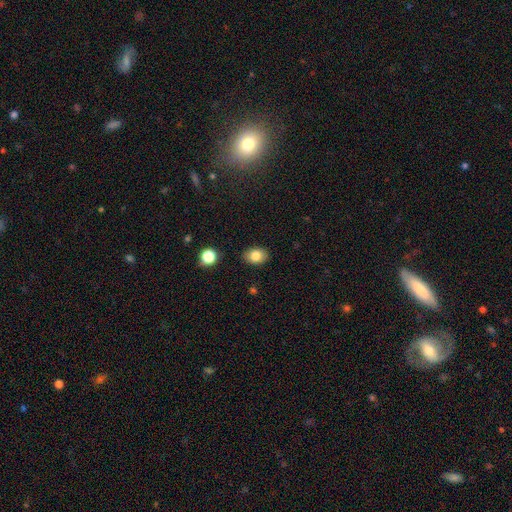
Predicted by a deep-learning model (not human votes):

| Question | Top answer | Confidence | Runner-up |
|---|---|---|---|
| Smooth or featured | smooth | 83% | star or artifact (9%) |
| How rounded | in between | 72% | round (27%) |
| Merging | none | 87% | minor disturbance (9%) |